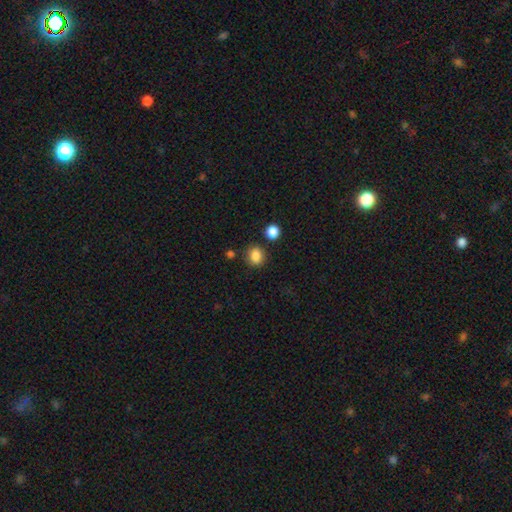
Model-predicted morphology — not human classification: This is clearly a smooth galaxy (85%). How rounded: likely round (71%). Merging: clearly none (82%).